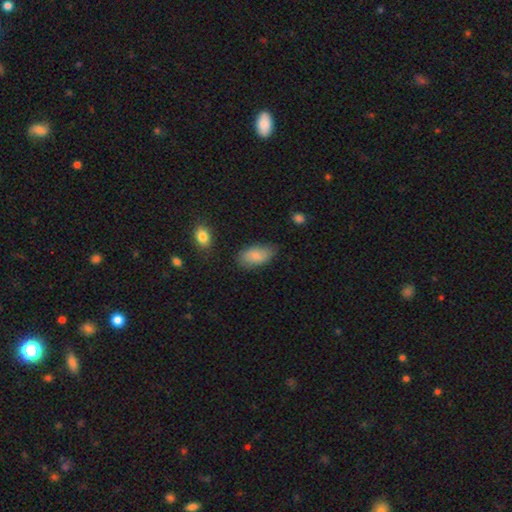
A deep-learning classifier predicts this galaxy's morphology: smooth 82%, featured or disk 11%, star or artifact 7%. Down the decision tree: how rounded — in between (93%); merging — none (70%).